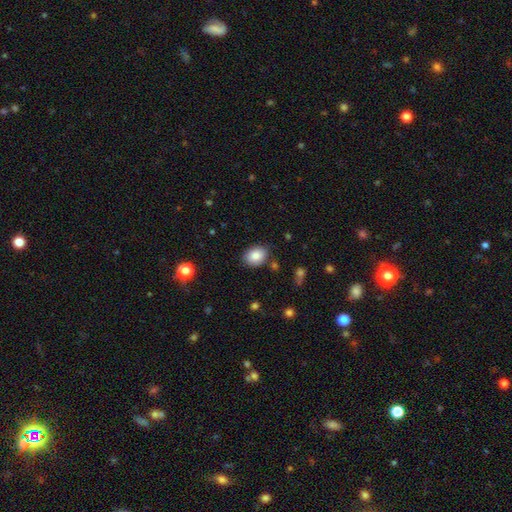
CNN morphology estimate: Q: Smooth or featured?
A: smooth (85%); runner-up: star or artifact (8%)
Q: How rounded?
A: in between (68%); runner-up: round (31%)
Q: Merging?
A: none (84%); runner-up: minor disturbance (11%)